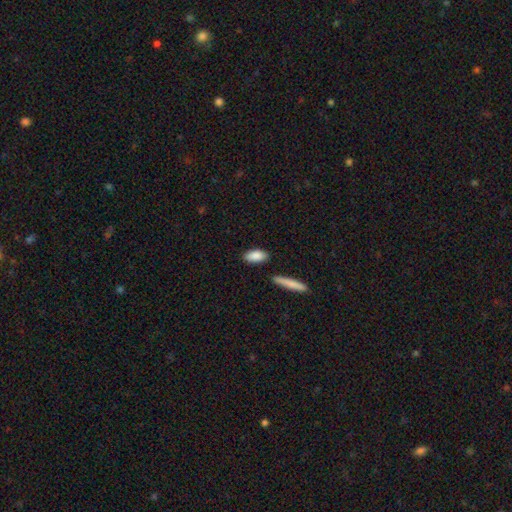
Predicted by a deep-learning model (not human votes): A smooth galaxy with no disk features (87%) that is in between round and cigar-shaped (84%). Merging: none (83%).